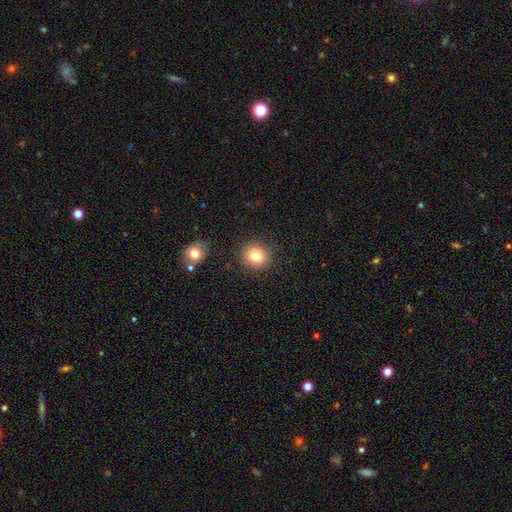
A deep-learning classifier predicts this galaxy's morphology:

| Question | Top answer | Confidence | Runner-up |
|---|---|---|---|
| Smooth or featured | smooth | 81% | star or artifact (11%) |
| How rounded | round | 86% | in between (13%) |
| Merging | none | 87% | minor disturbance (8%) |